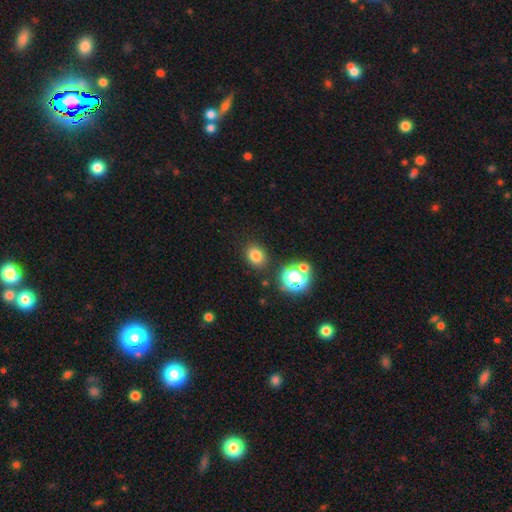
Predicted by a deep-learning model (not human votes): Q: Smooth or featured?
A: smooth (77%); runner-up: star or artifact (17%)
Q: How rounded?
A: round (62%); runner-up: in between (37%)
Q: Merging?
A: none (85%); runner-up: minor disturbance (8%)